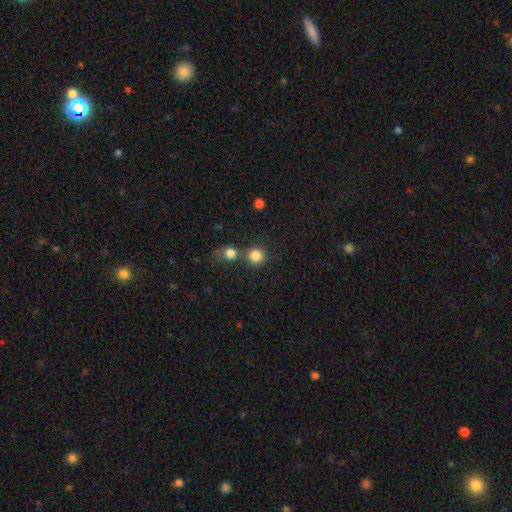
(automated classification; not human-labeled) Smooth or featured? smooth (84%)
How rounded? round (92%)
Merging? none (66%)